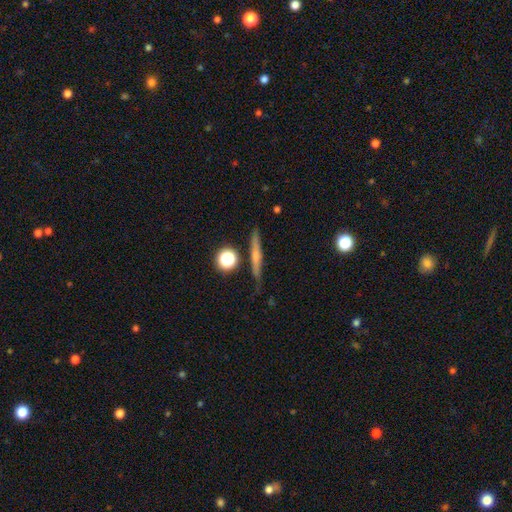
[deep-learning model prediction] Smooth or featured? smooth (46%)
Merging? none (80%)